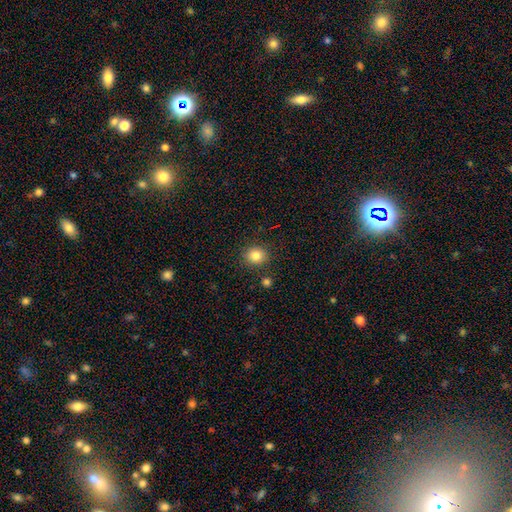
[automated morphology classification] This is clearly a smooth galaxy (83%). How rounded: clearly round (82%). Merging: clearly none (87%).